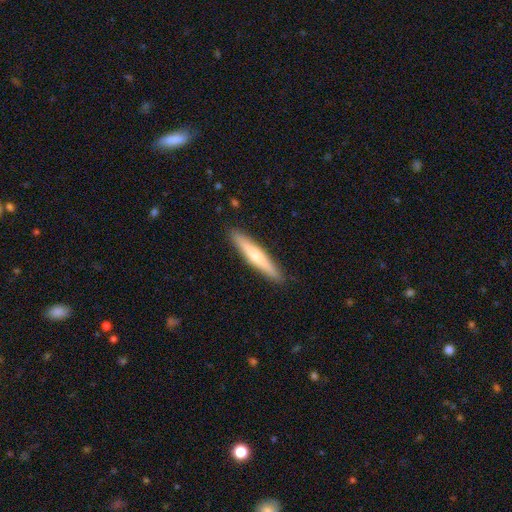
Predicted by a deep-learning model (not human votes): Smooth or featured? smooth (52%)
How rounded? cigar-shaped (91%)
Merging? none (90%)